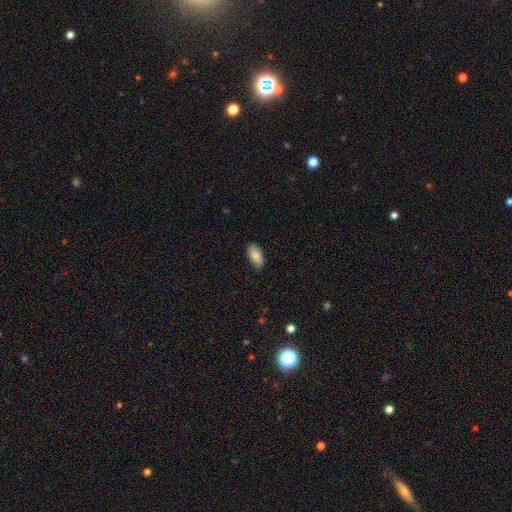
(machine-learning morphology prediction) type=smooth (81%); roundness=in between (94%); merging=none (83%).